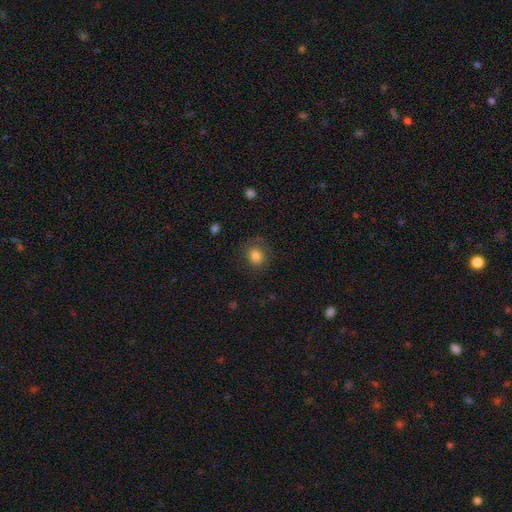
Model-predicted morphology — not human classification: Smooth or featured?
  - smooth: 81% *
  - star or artifact: 10%
  - featured or disk: 9%
How rounded?
  - round: 75% *
  - in between: 24%
  - cigar-shaped: 1%
Merging?
  - none: 76% *
  - minor disturbance: 15%
  - major disturbance: 8%
  - merger: 1%